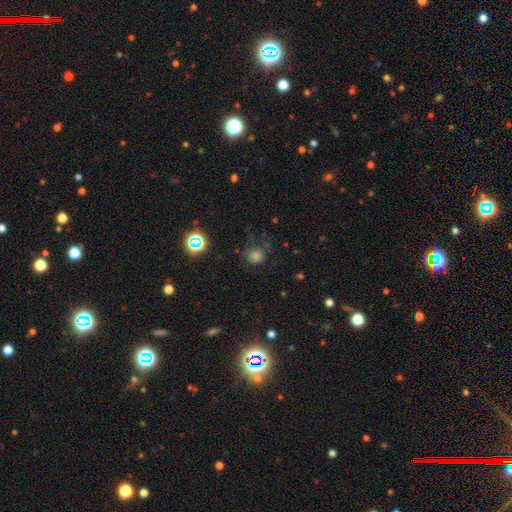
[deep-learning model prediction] This is likely a smooth galaxy (67%). How rounded: clearly round (83%). Merging: likely none (61%).